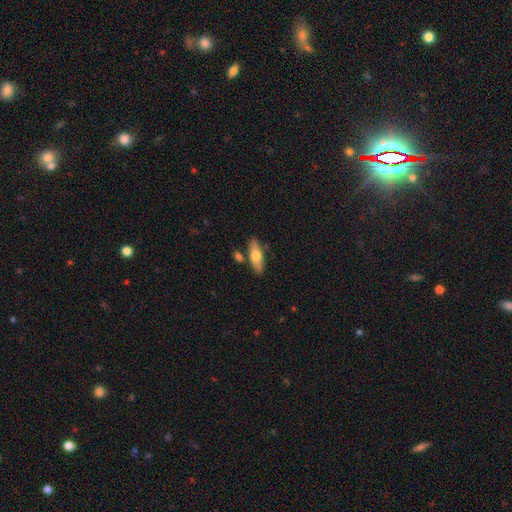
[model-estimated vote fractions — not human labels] Smooth or featured?
  - smooth: 63% *
  - featured or disk: 31%
  - star or artifact: 6%
How rounded?
  - in between: 67% *
  - cigar-shaped: 30%
  - round: 3%
Merging?
  - none: 78% *
  - minor disturbance: 12%
  - merger: 8%
  - major disturbance: 3%